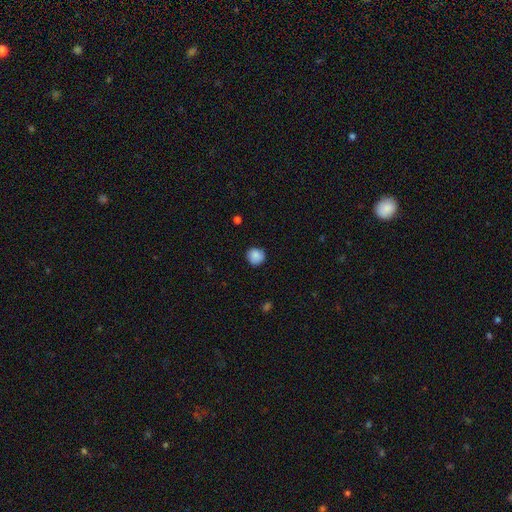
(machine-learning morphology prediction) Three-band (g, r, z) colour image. It shows a smooth galaxy with no disk features (87%) that is round (92%). Merging: none (87%).